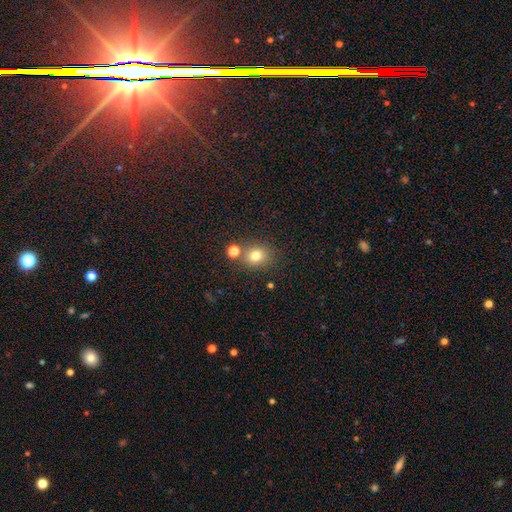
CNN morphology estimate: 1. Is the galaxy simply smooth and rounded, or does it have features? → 77% smooth, 15% star or artifact, 8% featured or disk.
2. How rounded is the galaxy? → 75% round, 24% in between, 1% cigar-shaped.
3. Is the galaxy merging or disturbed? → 72% none, 14% merger, 10% minor disturbance, 4% major disturbance.